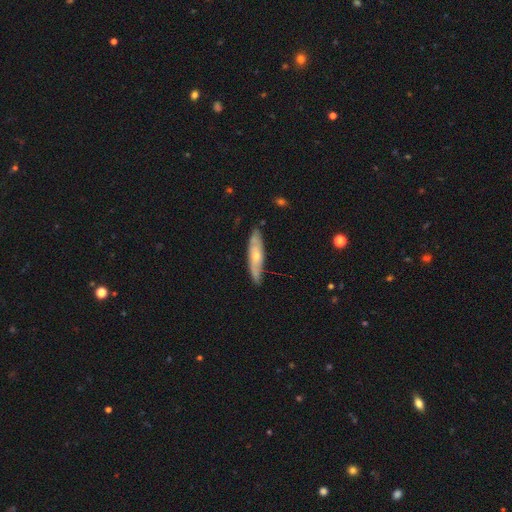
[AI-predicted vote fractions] smooth_or_featured: featured or disk (p=0.57) [alt: smooth p=0.37]
disk_edge_on: yes (p=0.54) [alt: no p=0.46]
merging: none (p=0.83) [alt: minor disturbance p=0.13]